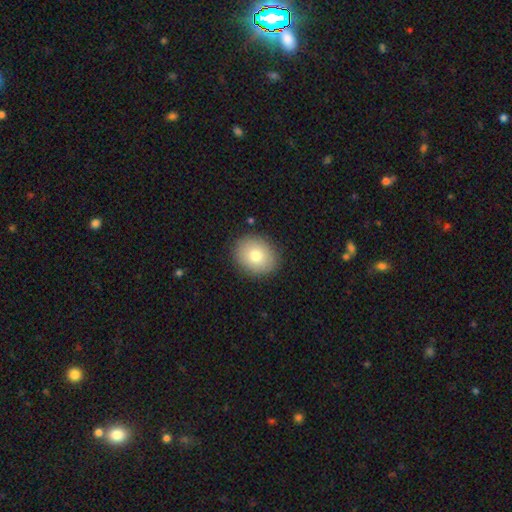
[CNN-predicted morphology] type=smooth (79%); roundness=round (64%); merging=none (89%).